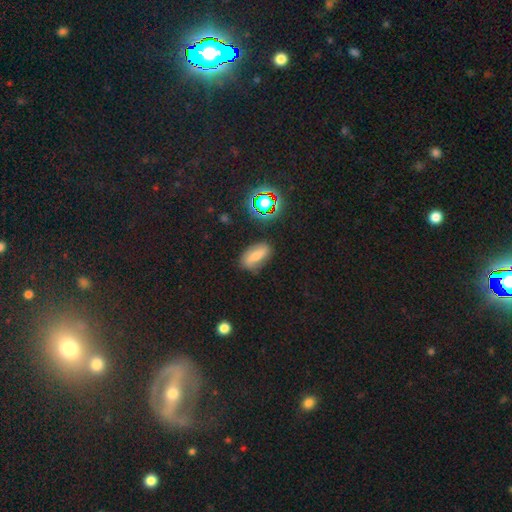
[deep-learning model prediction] smooth_or_featured: smooth (p=0.64) [alt: featured or disk p=0.21]
how_rounded: in between (p=0.81) [alt: cigar-shaped p=0.12]
merging: none (p=0.72) [alt: minor disturbance p=0.20]